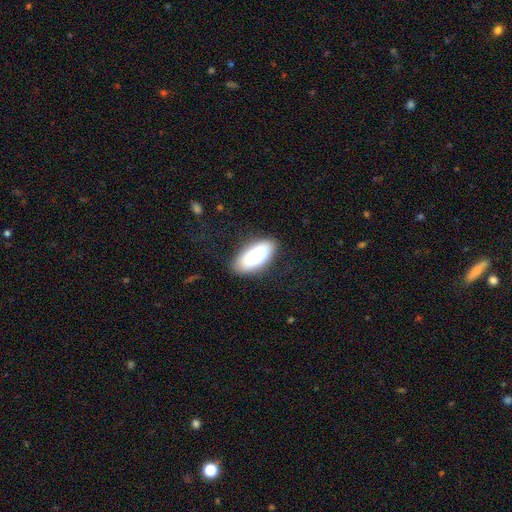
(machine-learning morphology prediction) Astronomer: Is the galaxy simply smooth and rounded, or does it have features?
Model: smooth — 82%.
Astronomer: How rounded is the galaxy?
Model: in between — 88%.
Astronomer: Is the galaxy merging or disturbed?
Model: none — 80%.